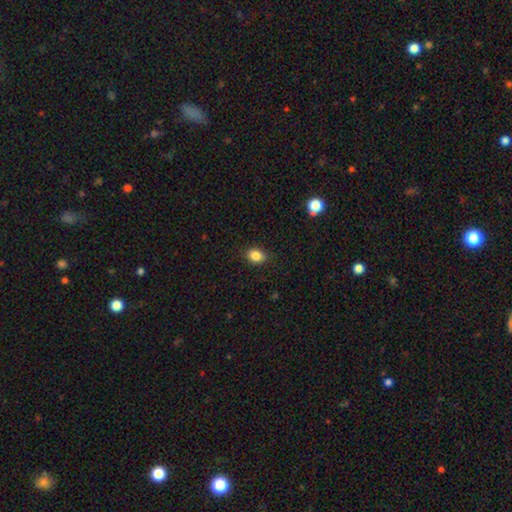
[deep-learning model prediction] smooth_or_featured: smooth (p=0.86) [alt: star or artifact p=0.10]
how_rounded: in between (p=0.68) [alt: round p=0.30]
merging: none (p=0.87) [alt: minor disturbance p=0.10]